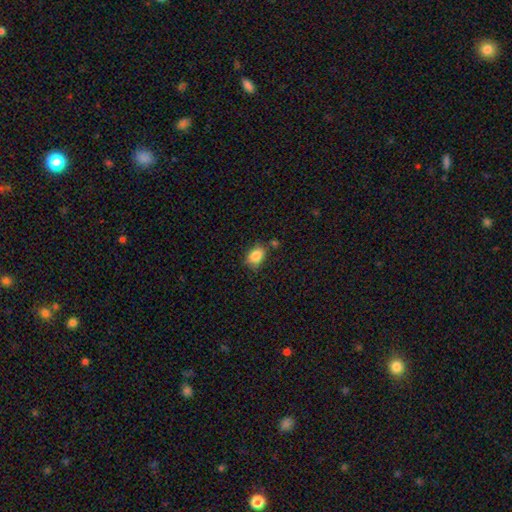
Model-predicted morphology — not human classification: Overall: smooth (84%). How rounded: in between (76%). Merging: none (67%).